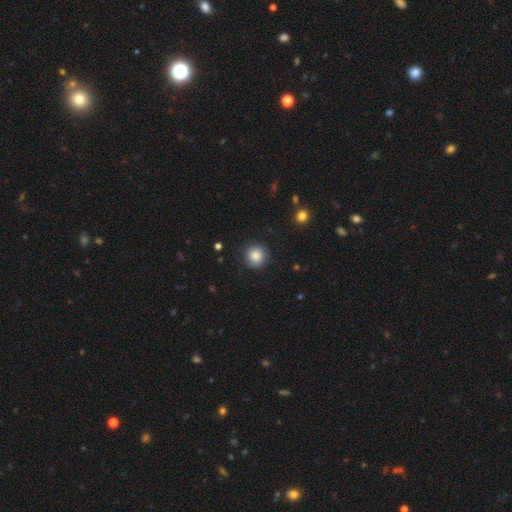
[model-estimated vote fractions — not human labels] A smooth galaxy with no disk features (86%) that is round (94%).

Vote fractions:
- Smooth or featured? smooth: 86% / star or artifact: 9% / featured or disk: 5%
- How rounded? round: 94% / in between: 5% / cigar-shaped: 1%
- Merging? none: 89% / minor disturbance: 7% / major disturbance: 2% / merger: 1%